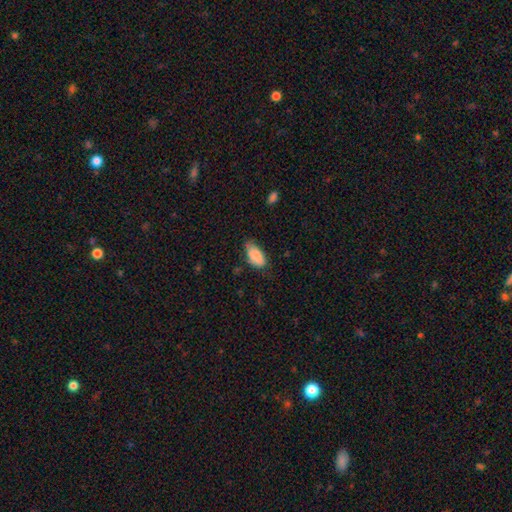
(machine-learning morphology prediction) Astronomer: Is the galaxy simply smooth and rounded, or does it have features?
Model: smooth — 86%.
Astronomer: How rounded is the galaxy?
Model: in between — 92%.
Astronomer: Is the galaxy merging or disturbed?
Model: none — 61%.